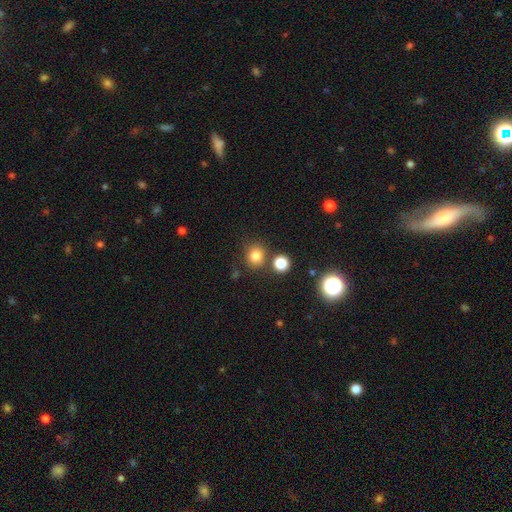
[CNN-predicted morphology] The model was most divided on "smooth or featured": smooth: 80%, star or artifact: 15%, featured or disk: 6%. More confident: how rounded — round (84%); merging — none (77%).